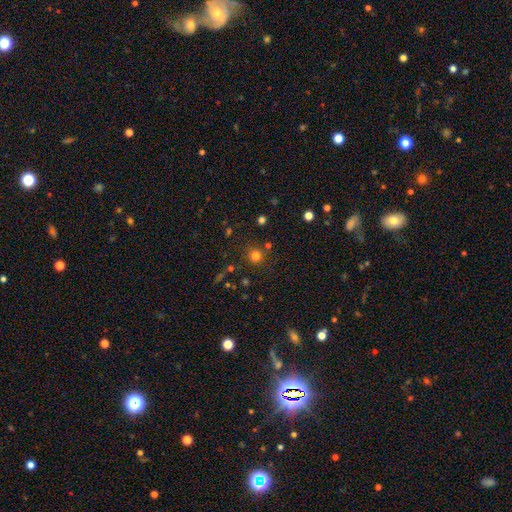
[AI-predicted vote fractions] Q: Smooth or featured?
A: smooth (77%); runner-up: star or artifact (17%)
Q: How rounded?
A: round (93%); runner-up: in between (6%)
Q: Merging?
A: none (82%); runner-up: minor disturbance (9%)